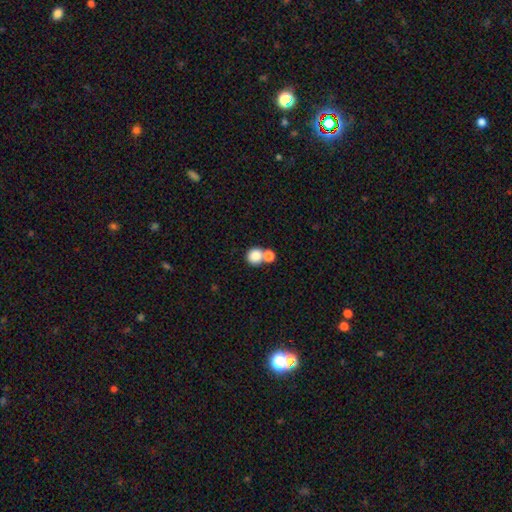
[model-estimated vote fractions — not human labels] Smooth or featured? smooth (83%)
How rounded? round (87%)
Merging? merger (45%)